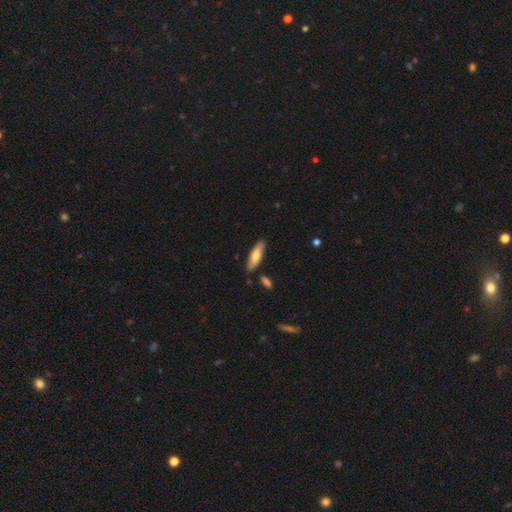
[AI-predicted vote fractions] This appears to be a smooth galaxy with no disk features (64%) that is cigar-shaped (53%). Merging: none (83%).